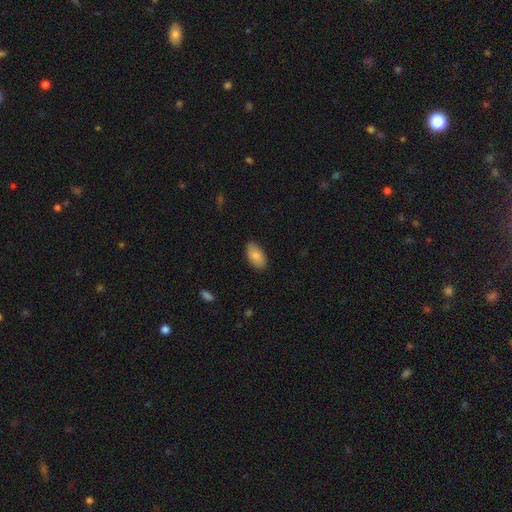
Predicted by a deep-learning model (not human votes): A smooth galaxy with no disk features (85%) that is in between round and cigar-shaped (95%).

Vote fractions:
- Smooth or featured? smooth: 85% / featured or disk: 9% / star or artifact: 6%
- How rounded? in between: 95% / round: 3% / cigar-shaped: 2%
- Merging? none: 87% / minor disturbance: 10% / major disturbance: 2% / merger: 1%